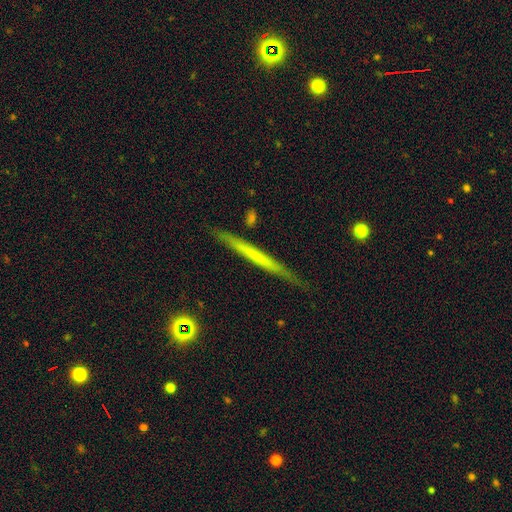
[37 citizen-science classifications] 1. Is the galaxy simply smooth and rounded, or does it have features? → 49% smooth, 46% featured or disk, 5% star or artifact.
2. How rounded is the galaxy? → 100% cigar-shaped, 0% round, 0% in between.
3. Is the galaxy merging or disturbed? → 91% none, 9% minor disturbance, 0% major disturbance, 0% merger.